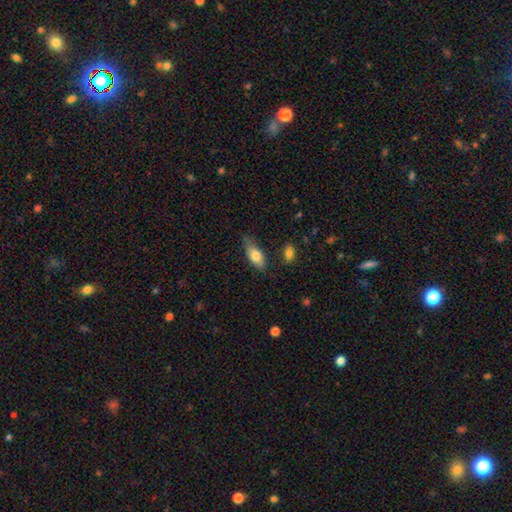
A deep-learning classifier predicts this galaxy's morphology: type=smooth (77%); roundness=in between (81%); merging=none (60%).